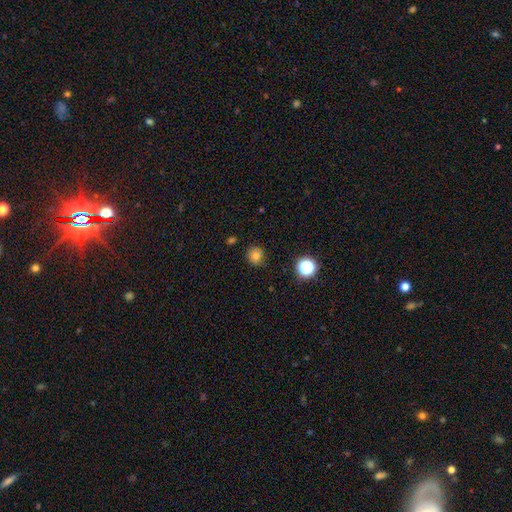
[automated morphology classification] smooth 78%, star or artifact 15%, featured or disk 7%. Down the decision tree: how rounded — round (89%); merging — none (85%).